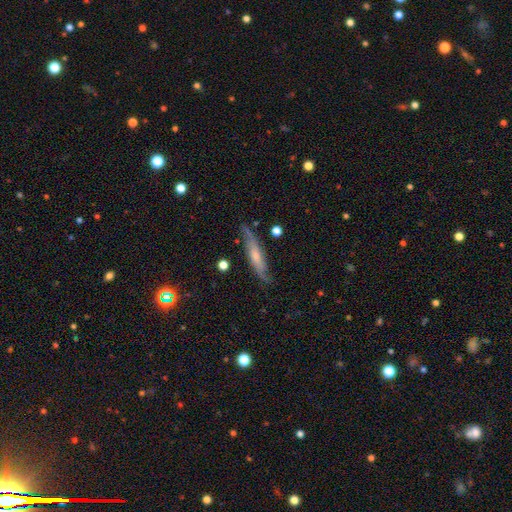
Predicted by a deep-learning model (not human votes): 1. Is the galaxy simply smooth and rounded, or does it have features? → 56% featured or disk, 37% smooth, 7% star or artifact.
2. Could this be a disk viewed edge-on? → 61% yes, 39% no.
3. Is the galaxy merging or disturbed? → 73% none, 20% minor disturbance, 5% major disturbance, 2% merger.